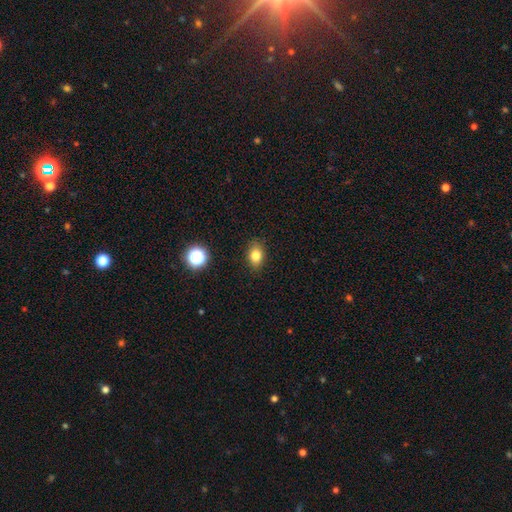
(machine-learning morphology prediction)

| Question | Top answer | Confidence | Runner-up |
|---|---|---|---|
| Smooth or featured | smooth | 81% | star or artifact (12%) |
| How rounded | in between | 73% | round (26%) |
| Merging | none | 86% | minor disturbance (10%) |